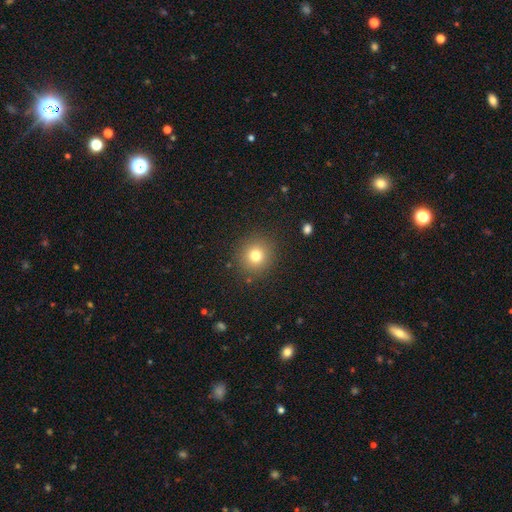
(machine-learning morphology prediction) Smooth or featured: smooth — 77% (star or artifact — 14%)
How rounded: round — 91% (in between — 8%)
Merging: none — 89% (minor disturbance — 7%)